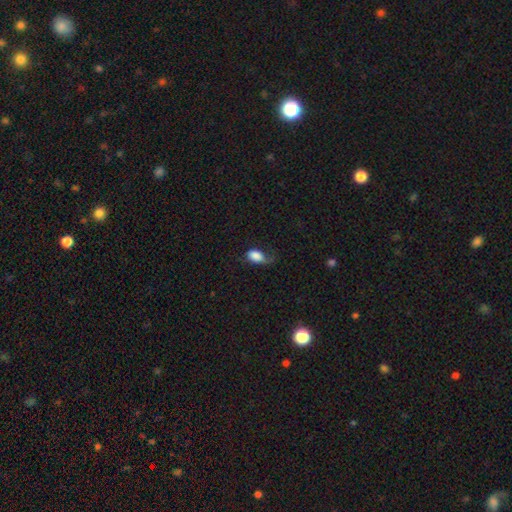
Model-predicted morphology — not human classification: A smooth galaxy with no disk features (80%) that is in between round and cigar-shaped (88%). Merging: none (35%).